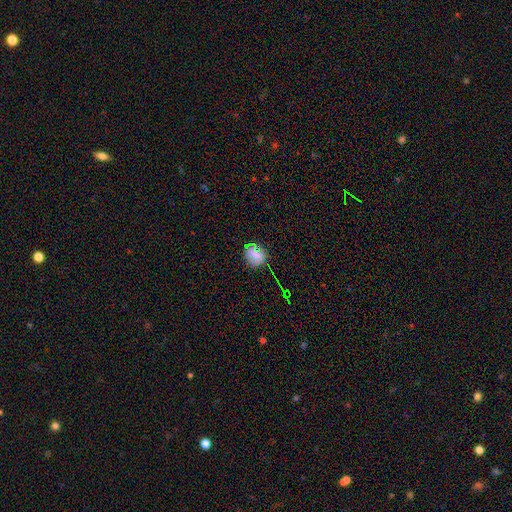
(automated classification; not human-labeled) Overall: smooth (71%). How rounded: round (81%). Merging: none (85%).